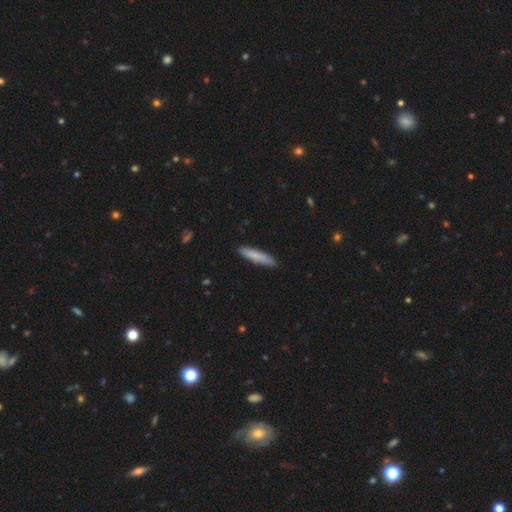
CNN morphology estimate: Smooth or featured? smooth (81%)
How rounded? cigar-shaped (89%)
Merging? none (85%)